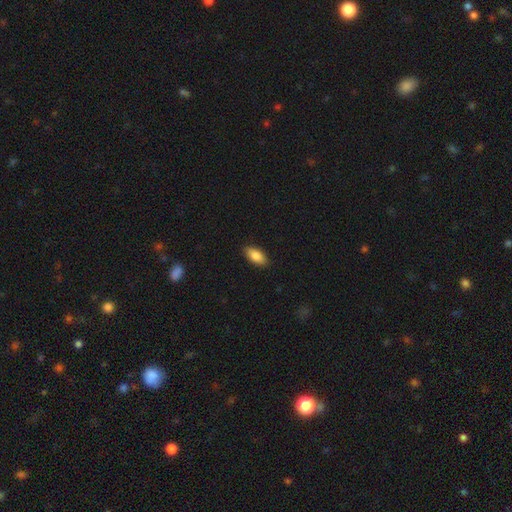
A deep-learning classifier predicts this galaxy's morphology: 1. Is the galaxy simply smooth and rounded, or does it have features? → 87% smooth, 7% featured or disk, 6% star or artifact.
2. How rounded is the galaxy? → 90% in between, 7% cigar-shaped, 3% round.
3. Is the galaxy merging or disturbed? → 88% none, 9% minor disturbance, 2% major disturbance, 1% merger.